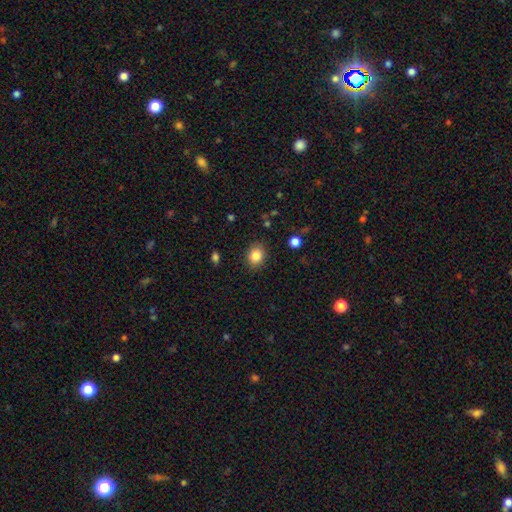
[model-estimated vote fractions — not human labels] Smooth or featured: smooth — 84% (star or artifact — 10%)
How rounded: round — 58% (in between — 41%)
Merging: none — 87% (minor disturbance — 9%)